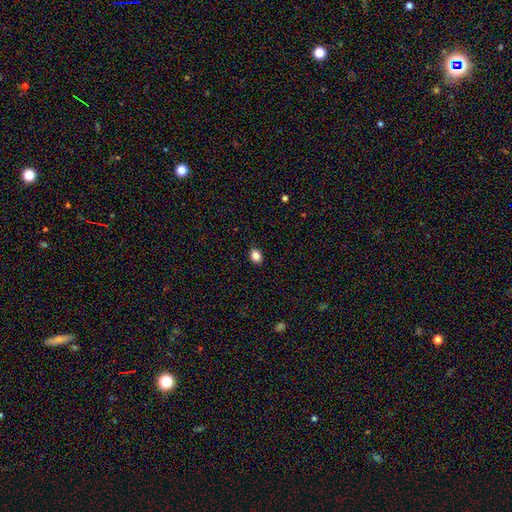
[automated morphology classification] The model was most divided on "how rounded": in between: 57%, round: 42%, cigar-shaped: 1%. More confident: merging — none (91%); smooth or featured — smooth (85%).